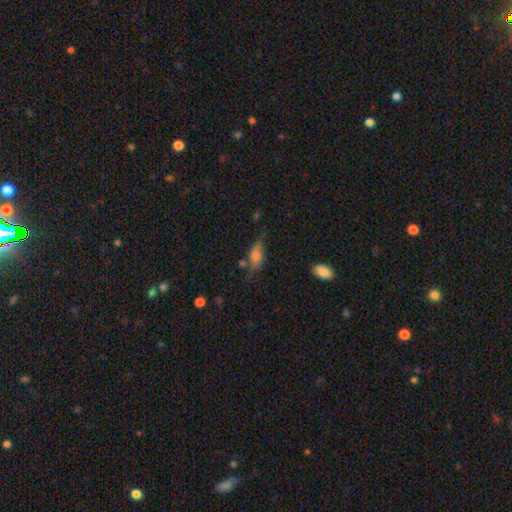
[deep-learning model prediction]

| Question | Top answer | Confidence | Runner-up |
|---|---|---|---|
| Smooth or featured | smooth | 52% | featured or disk (37%) |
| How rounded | in between | 69% | cigar-shaped (24%) |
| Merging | none | 49% | minor disturbance (29%) |